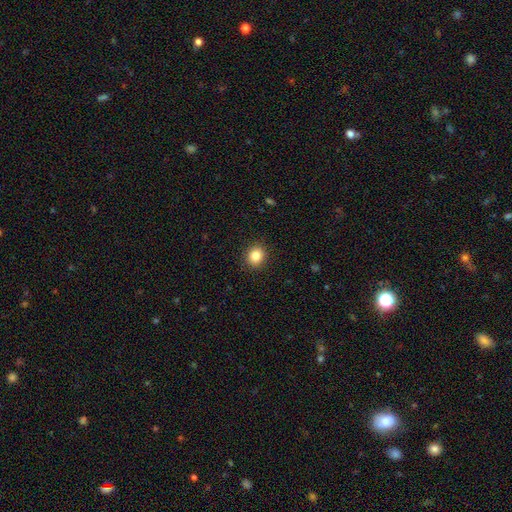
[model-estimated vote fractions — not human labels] Smooth or featured: smooth — 84% (star or artifact — 10%)
How rounded: round — 73% (in between — 26%)
Merging: none — 91% (minor disturbance — 6%)